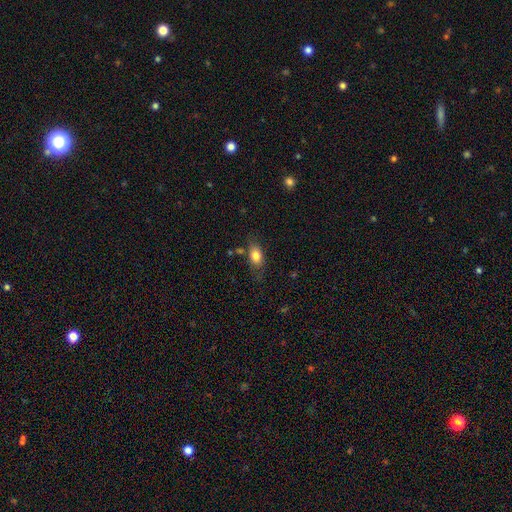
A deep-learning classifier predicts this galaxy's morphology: smooth-or-featured: smooth: 80% | featured or disk: 12% | star or artifact: 8%
  how-rounded: in between: 85% | round: 10% | cigar-shaped: 5%
  merging: none: 69% | minor disturbance: 19% | major disturbance: 6% | merger: 5%